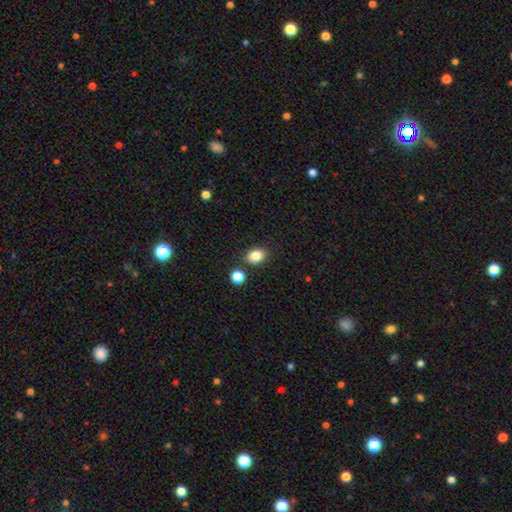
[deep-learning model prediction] Smooth or featured?
  - smooth: 84% *
  - star or artifact: 10%
  - featured or disk: 6%
How rounded?
  - in between: 69% *
  - round: 30%
  - cigar-shaped: 1%
Merging?
  - none: 81% *
  - minor disturbance: 10%
  - merger: 7%
  - major disturbance: 3%